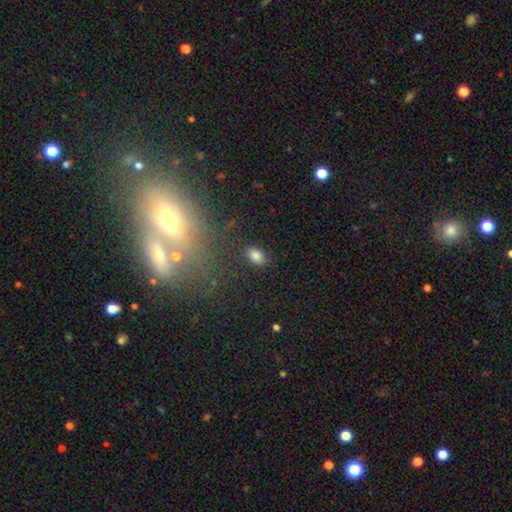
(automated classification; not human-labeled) Smooth or featured? smooth (82%)
How rounded? in between (83%)
Merging? none (83%)